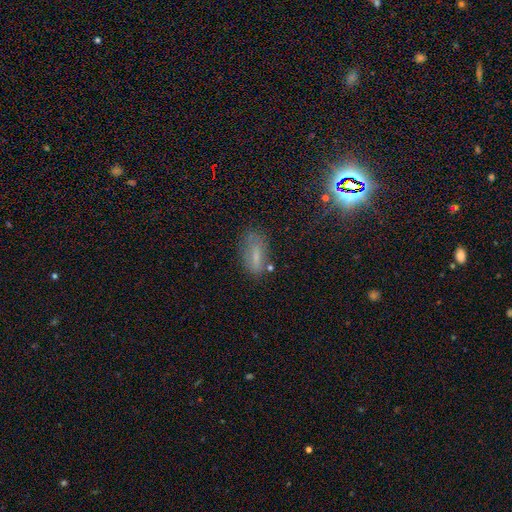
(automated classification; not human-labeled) Smooth or featured: smooth — 61% (featured or disk — 20%)
How rounded: in between — 78% (cigar-shaped — 17%)
Merging: none — 65% (minor disturbance — 23%)